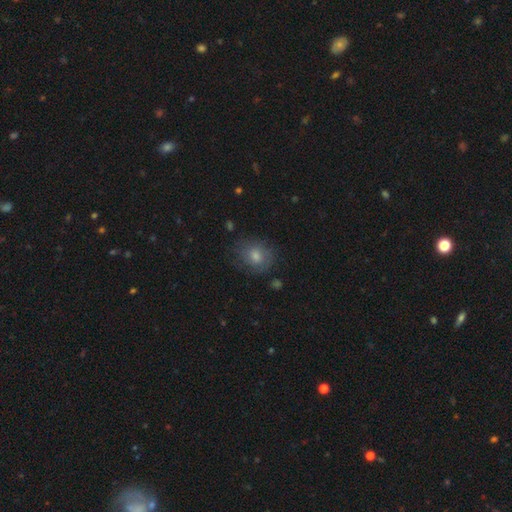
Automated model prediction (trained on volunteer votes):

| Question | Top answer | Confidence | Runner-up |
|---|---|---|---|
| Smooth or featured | smooth | 58% | featured or disk (26%) |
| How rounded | round | 67% | in between (32%) |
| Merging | none | 75% | minor disturbance (17%) |